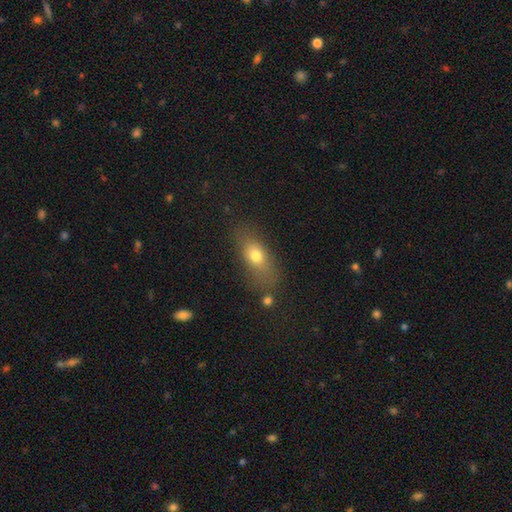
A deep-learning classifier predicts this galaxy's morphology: Overall: smooth (72%). How rounded: in between (71%). Merging: none (66%).